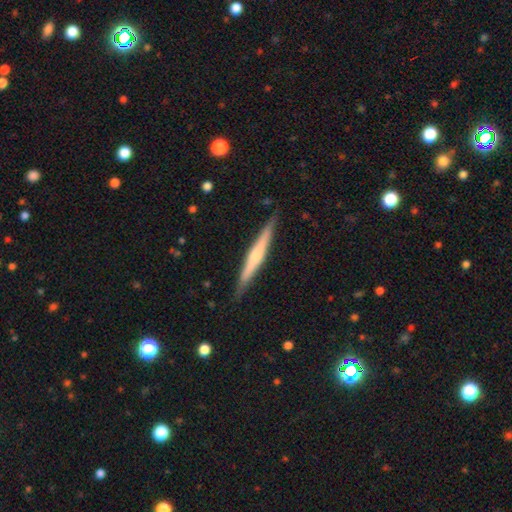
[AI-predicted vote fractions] Morphology: type=featured or disk (60%); edge-on=yes (97%); edge-on bulge=rounded (62%); merging=none (88%).